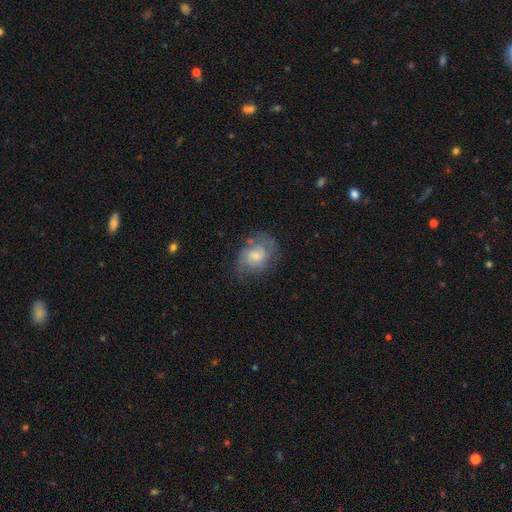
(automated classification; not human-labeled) Smooth or featured? featured or disk (50%)
Merging? none (58%)